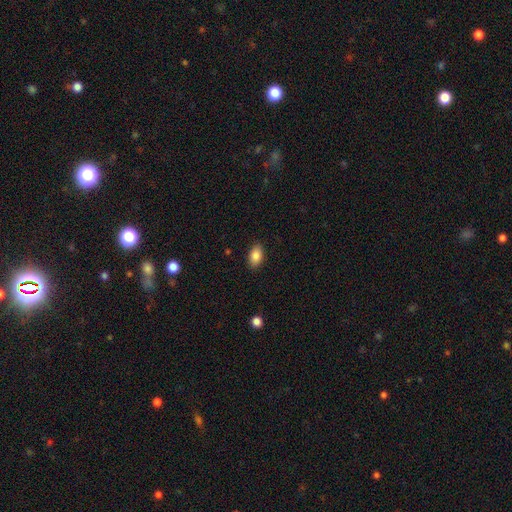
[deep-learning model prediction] Smooth or featured? Predicted: smooth (p=0.87). How rounded? Predicted: in between (p=0.92). Merging? Predicted: none (p=0.88).